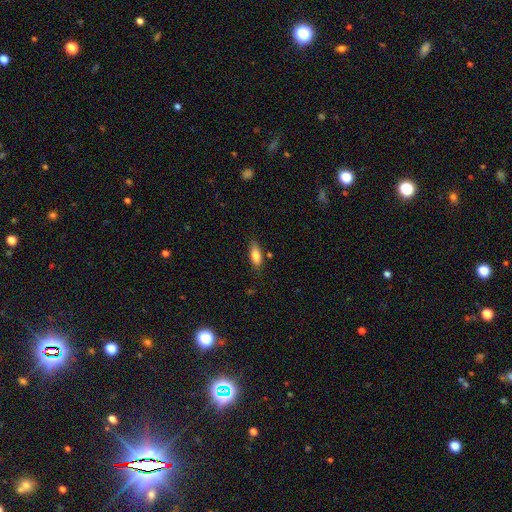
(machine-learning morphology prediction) Smooth or featured: smooth — 78% (featured or disk — 15%)
How rounded: in between — 71% (cigar-shaped — 26%)
Merging: none — 77% (minor disturbance — 17%)